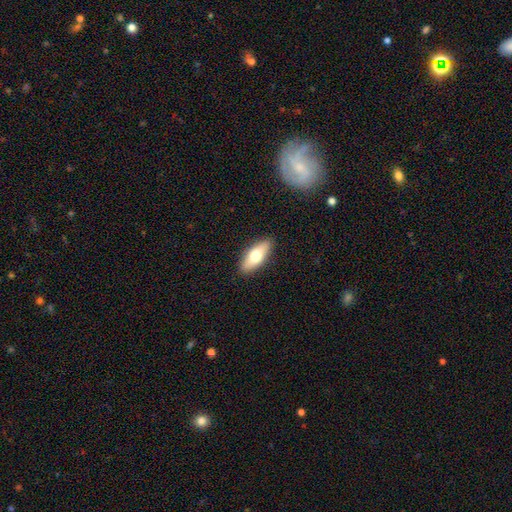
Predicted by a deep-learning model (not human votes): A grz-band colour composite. It shows a smooth galaxy with no disk features (67%) that is in between round and cigar-shaped (74%). Merging: none (89%).